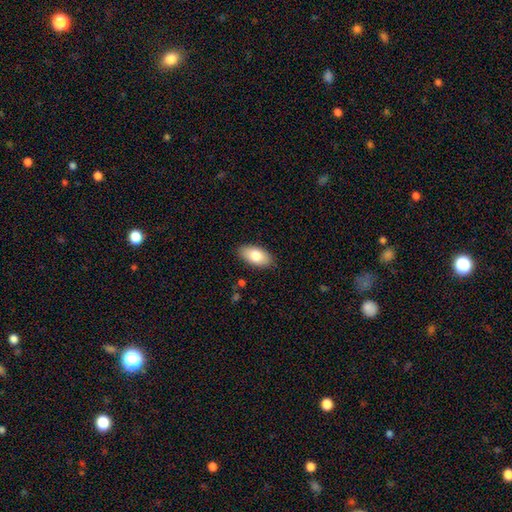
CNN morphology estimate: smooth-or-featured: smooth: 80% | featured or disk: 13% | star or artifact: 7%
  how-rounded: in between: 94% | round: 3% | cigar-shaped: 3%
  merging: none: 86% | minor disturbance: 11% | major disturbance: 2% | merger: 1%